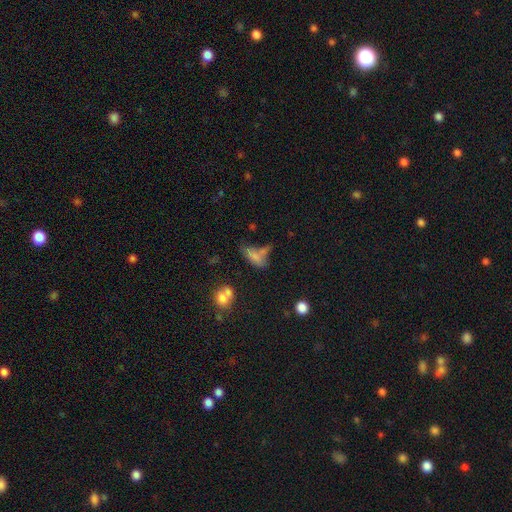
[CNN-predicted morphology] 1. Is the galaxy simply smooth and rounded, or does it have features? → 69% smooth, 18% featured or disk, 13% star or artifact.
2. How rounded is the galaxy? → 71% in between, 24% cigar-shaped, 4% round.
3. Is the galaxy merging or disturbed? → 35% none, 29% merger, 20% minor disturbance, 16% major disturbance.